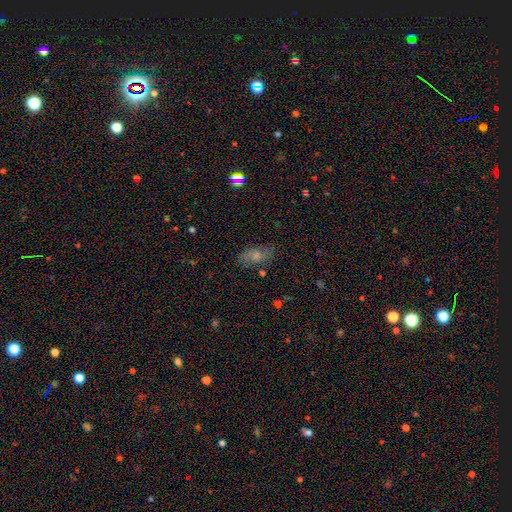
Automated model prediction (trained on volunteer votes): The model was most divided on "smooth or featured": smooth: 59%, featured or disk: 27%, star or artifact: 14%. More confident: how rounded — in between (87%); merging — none (74%).